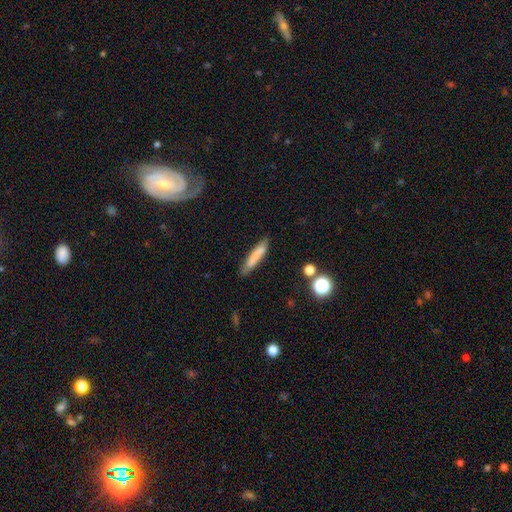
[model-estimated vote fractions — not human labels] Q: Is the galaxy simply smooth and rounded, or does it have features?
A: smooth — 75%.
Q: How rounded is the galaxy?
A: cigar-shaped — 89%.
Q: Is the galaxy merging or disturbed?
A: none — 80%.